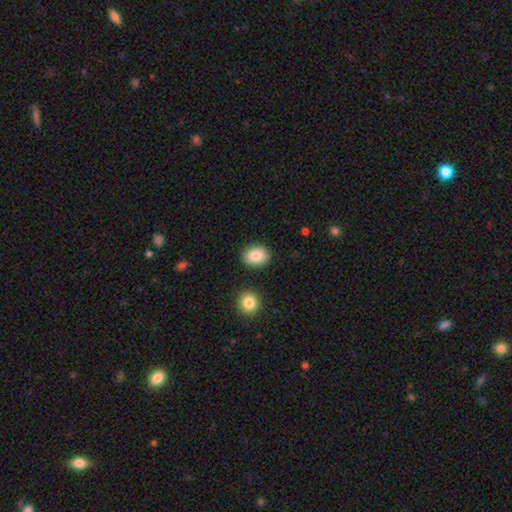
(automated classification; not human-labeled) Overall: smooth (85%). How rounded: round (53%; in between 46%). Merging: none (86%).